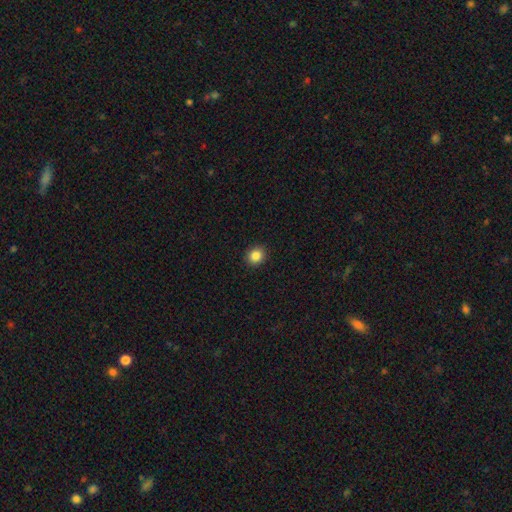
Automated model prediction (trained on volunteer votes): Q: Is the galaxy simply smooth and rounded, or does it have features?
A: smooth — 85%.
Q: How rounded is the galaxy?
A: round — 79%.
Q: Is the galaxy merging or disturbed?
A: none — 92%.